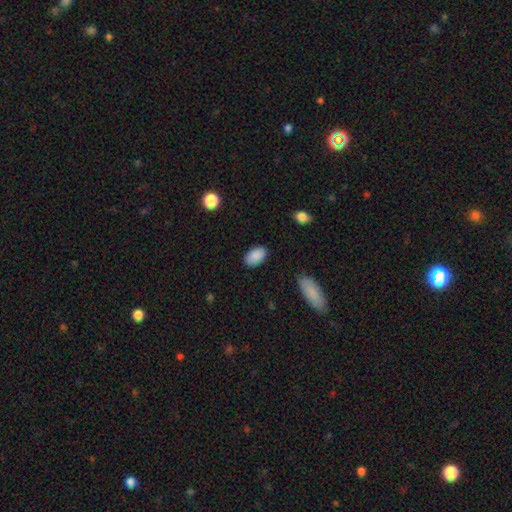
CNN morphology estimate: This is clearly a smooth galaxy (89%). How rounded: clearly in between (93%). Merging: clearly none (85%).